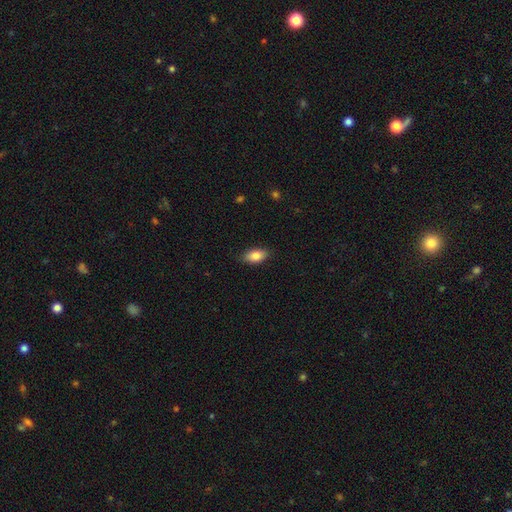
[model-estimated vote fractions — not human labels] A smooth galaxy with no disk features (84%) that is in between round and cigar-shaped (90%).

Vote fractions:
- Smooth or featured? smooth: 84% / featured or disk: 9% / star or artifact: 7%
- How rounded? in between: 90% / round: 5% / cigar-shaped: 4%
- Merging? none: 86% / minor disturbance: 11% / major disturbance: 2% / merger: 1%